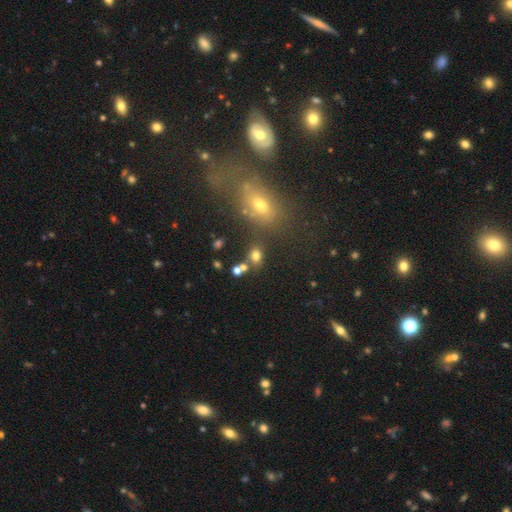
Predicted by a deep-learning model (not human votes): Smooth or featured? Predicted: smooth (p=0.72). How rounded? Predicted: in between (p=0.60). Merging? Predicted: none (p=0.61).